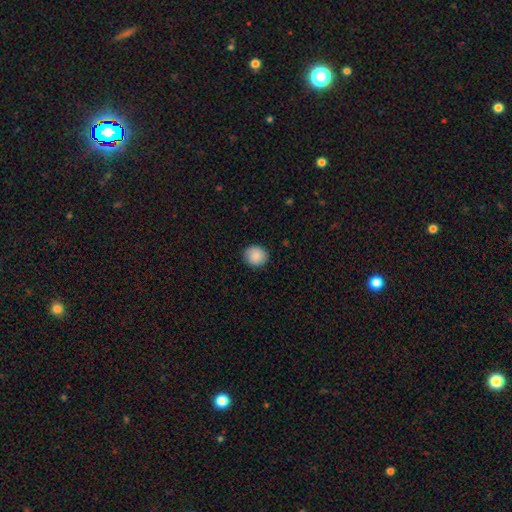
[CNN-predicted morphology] This appears to be a smooth galaxy with no disk features (88%) that is round (87%). Merging: none (89%).